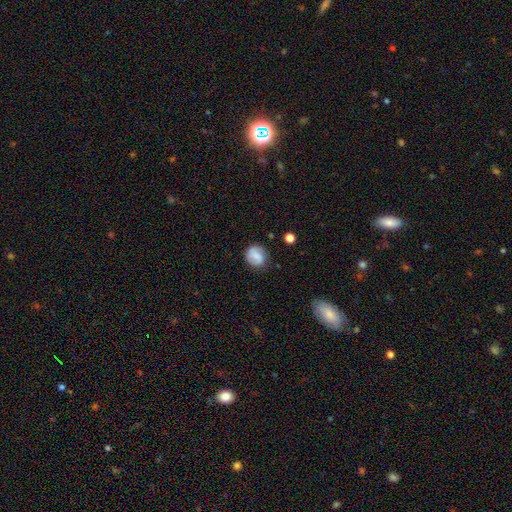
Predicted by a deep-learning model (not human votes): Smooth or featured? smooth (59%)
How rounded? round (80%)
Merging? none (77%)